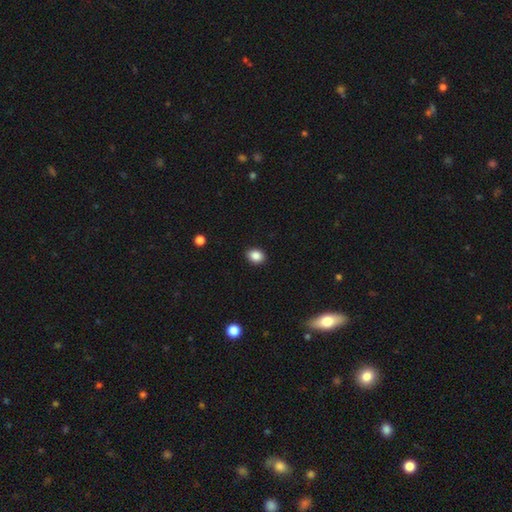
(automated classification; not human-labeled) This appears to be a smooth galaxy with no disk features (87%) that is in between round and cigar-shaped (54%). Merging: none (90%).